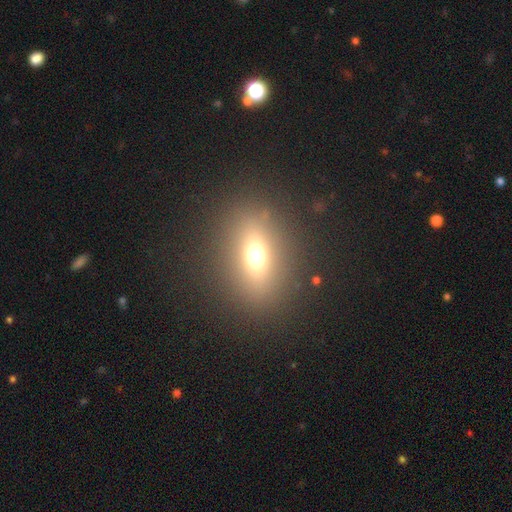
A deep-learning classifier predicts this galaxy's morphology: Q: Smooth or featured?
A: smooth (61%); runner-up: star or artifact (20%)
Q: How rounded?
A: in between (57%); runner-up: round (38%)
Q: Merging?
A: none (86%); runner-up: minor disturbance (7%)